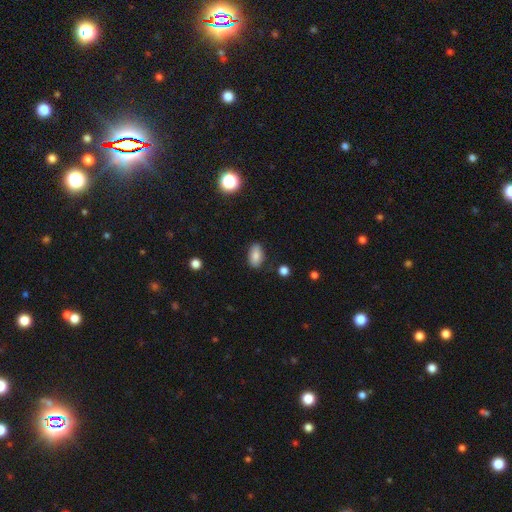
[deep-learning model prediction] This appears to be a smooth galaxy with no disk features (80%) that is in between round and cigar-shaped (91%). Merging: none (78%).